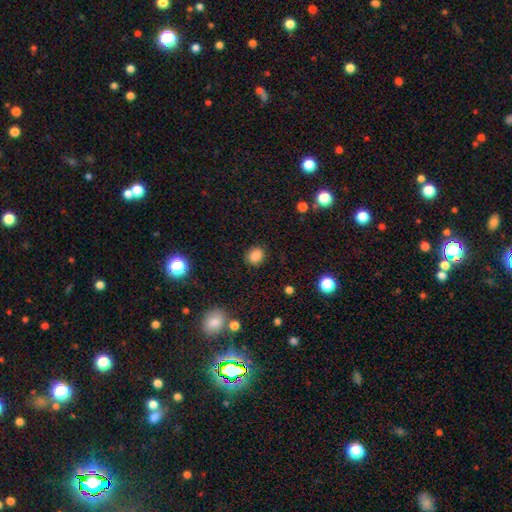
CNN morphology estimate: Smooth or featured: smooth — 83% (star or artifact — 12%)
How rounded: round — 55% (in between — 44%)
Merging: none — 81% (minor disturbance — 14%)